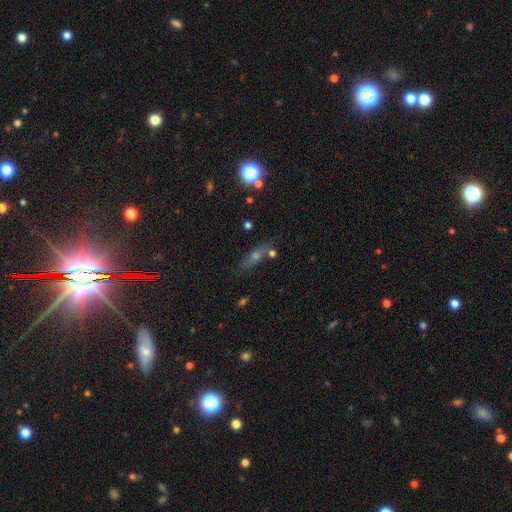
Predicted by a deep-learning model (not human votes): Overall: smooth (44%; featured or disk 34%). Merging: none (73%).